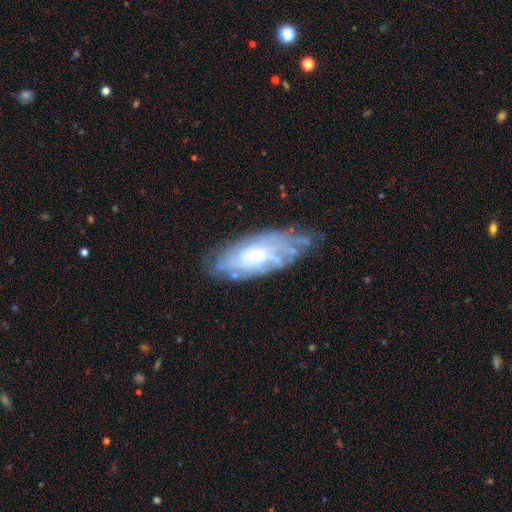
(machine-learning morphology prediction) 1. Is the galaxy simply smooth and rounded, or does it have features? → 63% featured or disk, 29% smooth, 8% star or artifact.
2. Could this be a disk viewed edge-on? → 84% no, 16% yes.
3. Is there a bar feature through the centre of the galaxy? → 69% no, 26% weak, 5% strong.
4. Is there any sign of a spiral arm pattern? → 68% yes, 32% no.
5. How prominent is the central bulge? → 46% moderate, 32% small, 12% large, 8% none, 2% dominant.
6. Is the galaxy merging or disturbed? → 62% none, 26% minor disturbance, 10% major disturbance, 2% merger.